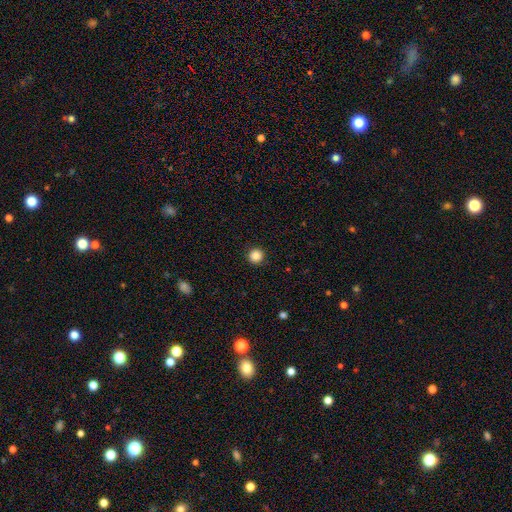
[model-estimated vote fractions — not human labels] Smooth or featured?
  - smooth: 85% *
  - star or artifact: 11%
  - featured or disk: 4%
How rounded?
  - round: 95% *
  - in between: 4%
  - cigar-shaped: 1%
Merging?
  - none: 93% *
  - minor disturbance: 5%
  - major disturbance: 2%
  - merger: 1%